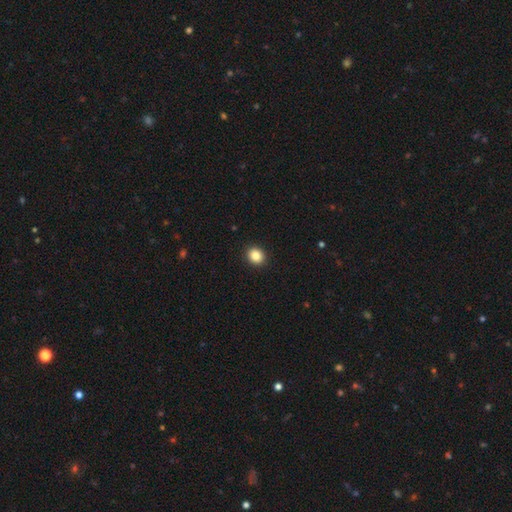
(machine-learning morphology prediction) Q: Smooth or featured?
A: smooth (85%); runner-up: star or artifact (10%)
Q: How rounded?
A: round (72%); runner-up: in between (27%)
Q: Merging?
A: none (92%); runner-up: minor disturbance (5%)